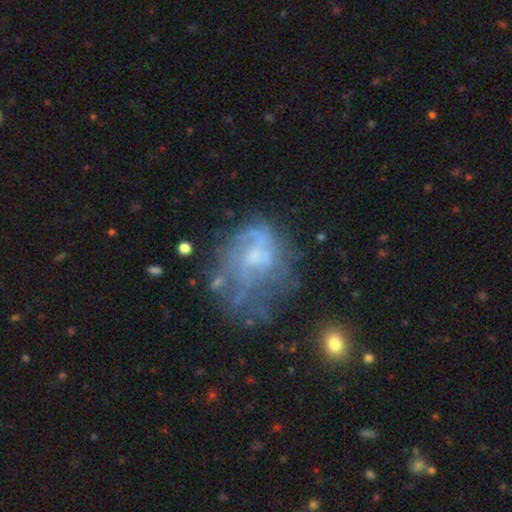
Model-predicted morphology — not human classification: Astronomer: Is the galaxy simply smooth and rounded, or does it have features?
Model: featured or disk — 64%.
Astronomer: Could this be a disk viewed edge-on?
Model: no — 97%.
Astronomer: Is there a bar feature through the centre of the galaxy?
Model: no — 71%.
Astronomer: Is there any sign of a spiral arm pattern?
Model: no — 56% (runner-up: yes, 44%).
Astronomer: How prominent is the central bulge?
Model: small — 41% (runner-up: moderate, 30%).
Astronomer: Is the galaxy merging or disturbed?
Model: major disturbance — 36% (runner-up: none, 35%).